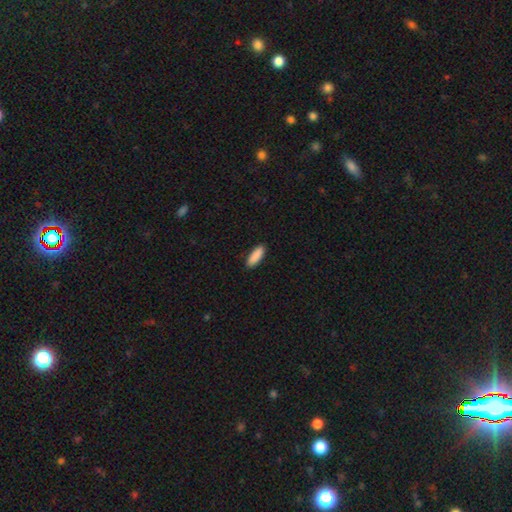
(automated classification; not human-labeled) Smooth or featured? smooth (90%)
How rounded? in between (57%)
Merging? none (90%)